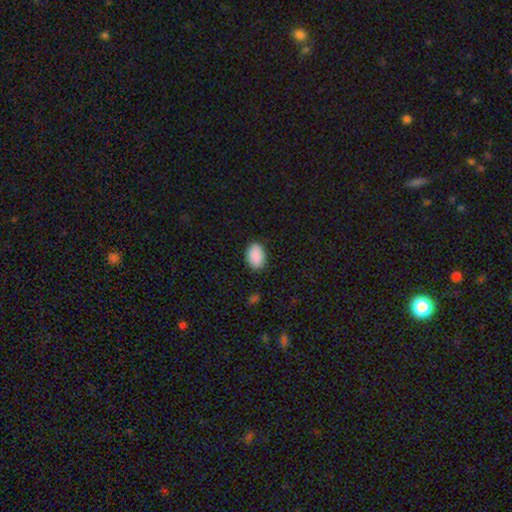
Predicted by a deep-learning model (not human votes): Q: Smooth or featured?
A: smooth (91%); runner-up: star or artifact (7%)
Q: How rounded?
A: in between (88%); runner-up: round (10%)
Q: Merging?
A: none (87%); runner-up: minor disturbance (9%)